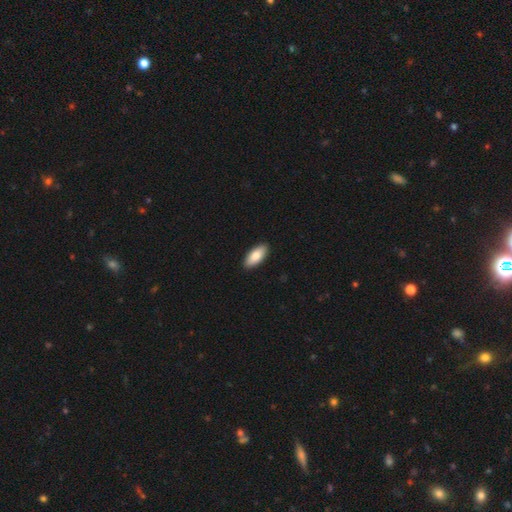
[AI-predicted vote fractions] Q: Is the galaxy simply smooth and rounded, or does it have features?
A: smooth — 83%.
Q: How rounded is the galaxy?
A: in between — 88%.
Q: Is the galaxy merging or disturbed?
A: none — 91%.